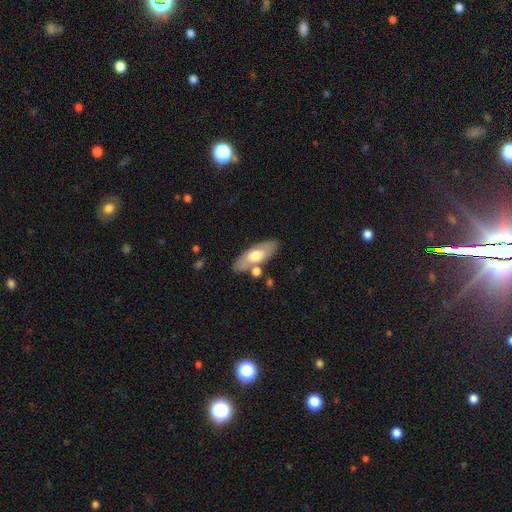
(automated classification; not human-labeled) Smooth or featured? smooth (60%)
How rounded? in between (71%)
Merging? none (74%)